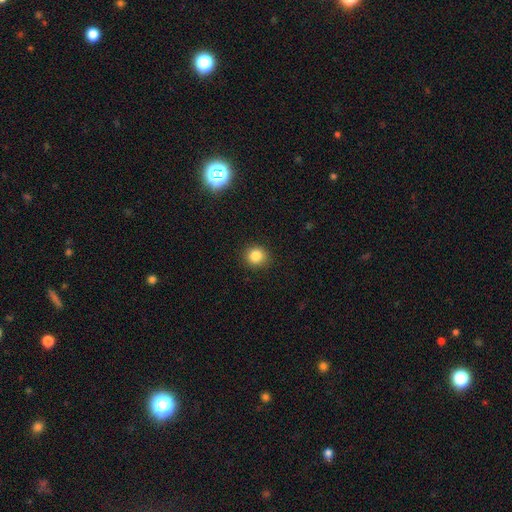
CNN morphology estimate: Smooth or featured?
  - smooth: 84% *
  - star or artifact: 11%
  - featured or disk: 5%
How rounded?
  - round: 89% *
  - in between: 10%
  - cigar-shaped: 1%
Merging?
  - none: 91% *
  - minor disturbance: 6%
  - major disturbance: 2%
  - merger: 1%